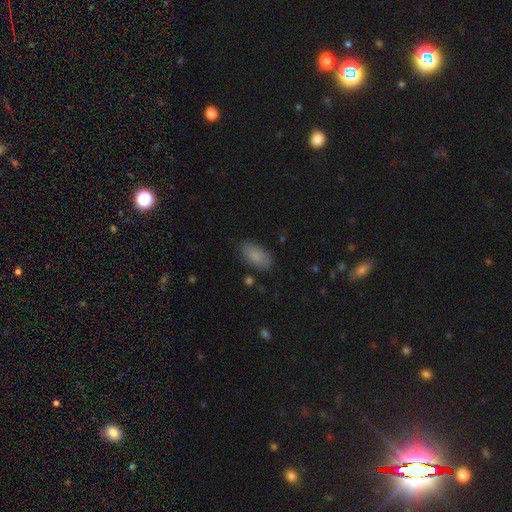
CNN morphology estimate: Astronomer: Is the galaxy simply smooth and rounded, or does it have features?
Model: smooth — 85%.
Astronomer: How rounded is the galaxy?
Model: in between — 92%.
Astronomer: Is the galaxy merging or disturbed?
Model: none — 83%.